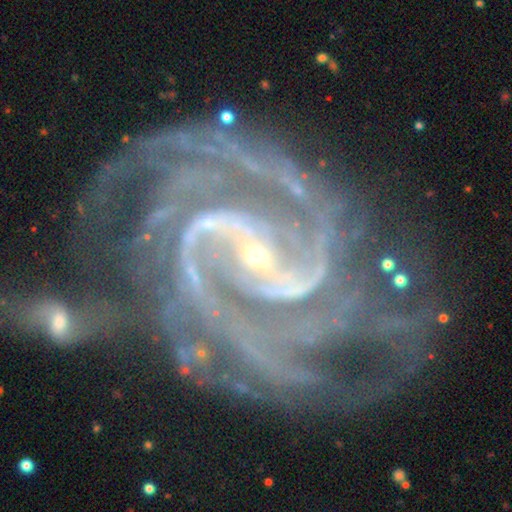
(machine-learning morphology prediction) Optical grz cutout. It shows a featured or disk galaxy (93%) with a strong bar (43%), 2 (28%) tight (57%) spiral arms (99%) and a small central bulge (84%). Merging: none (54%).